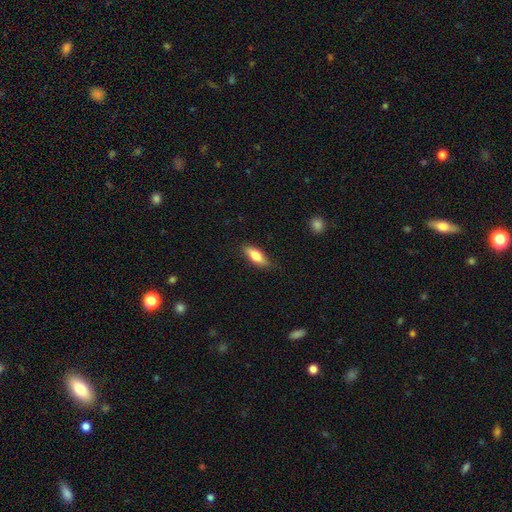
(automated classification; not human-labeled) Smooth or featured: smooth — 75% (featured or disk — 19%)
How rounded: in between — 69% (cigar-shaped — 29%)
Merging: none — 81% (minor disturbance — 15%)